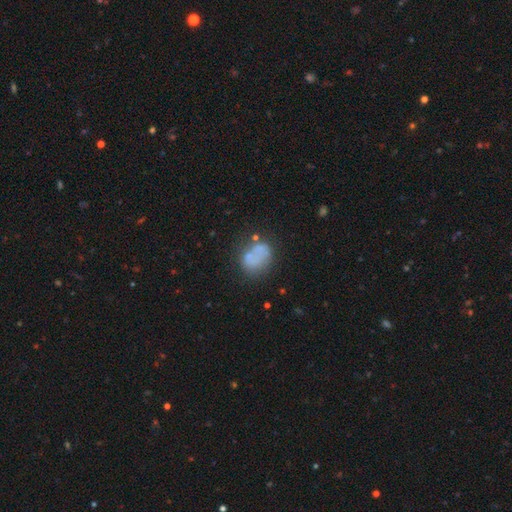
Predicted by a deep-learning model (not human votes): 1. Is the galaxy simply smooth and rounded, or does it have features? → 61% smooth, 26% featured or disk, 13% star or artifact.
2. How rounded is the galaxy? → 58% in between, 40% round, 2% cigar-shaped.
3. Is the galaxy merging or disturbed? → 48% none, 22% minor disturbance, 15% merger, 14% major disturbance.